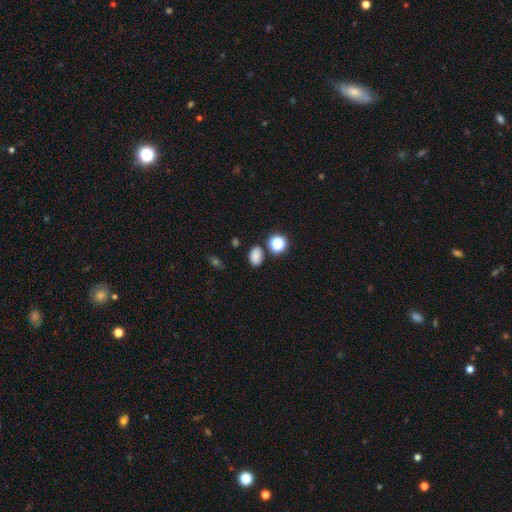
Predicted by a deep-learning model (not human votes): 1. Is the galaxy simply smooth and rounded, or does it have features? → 79% smooth, 16% star or artifact, 6% featured or disk.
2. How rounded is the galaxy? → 75% in between, 24% round, 1% cigar-shaped.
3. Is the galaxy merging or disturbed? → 78% none, 12% minor disturbance, 7% merger, 3% major disturbance.